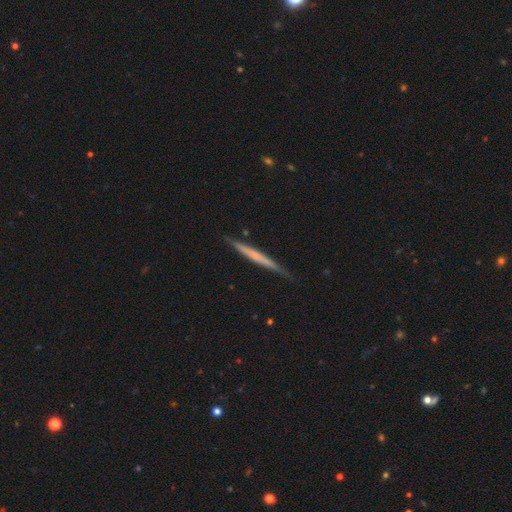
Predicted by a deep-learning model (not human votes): smooth-or-featured: featured or disk: 48% | smooth: 47% | star or artifact: 5%
  merging: none: 85% | minor disturbance: 11% | major disturbance: 2% | merger: 1%